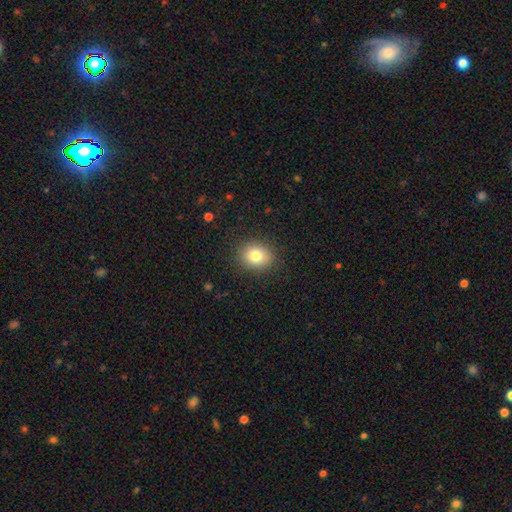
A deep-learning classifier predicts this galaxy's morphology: Q: Smooth or featured?
A: smooth (81%); runner-up: star or artifact (11%)
Q: How rounded?
A: round (61%); runner-up: in between (38%)
Q: Merging?
A: none (88%); runner-up: minor disturbance (8%)